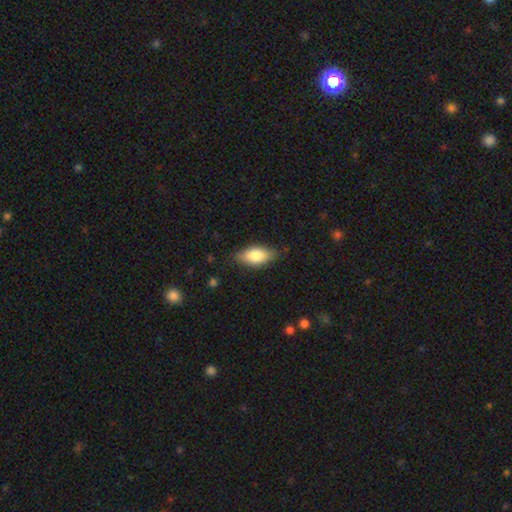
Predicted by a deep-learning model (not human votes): This appears to be a smooth galaxy with no disk features (79%) that is in between round and cigar-shaped (87%). Merging: none (80%).